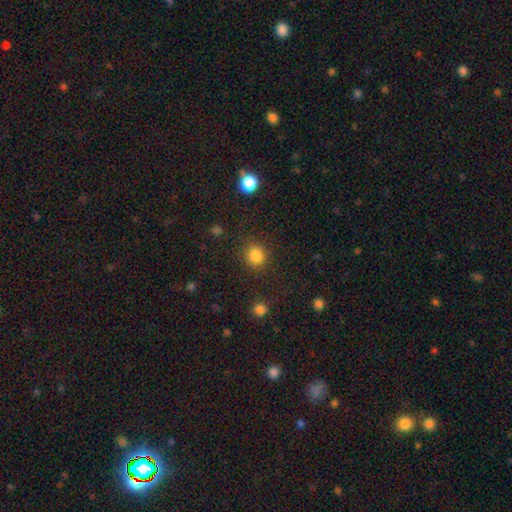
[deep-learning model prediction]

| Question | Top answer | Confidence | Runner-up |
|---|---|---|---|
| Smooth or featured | smooth | 85% | star or artifact (11%) |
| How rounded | round | 85% | in between (14%) |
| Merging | none | 87% | minor disturbance (8%) |